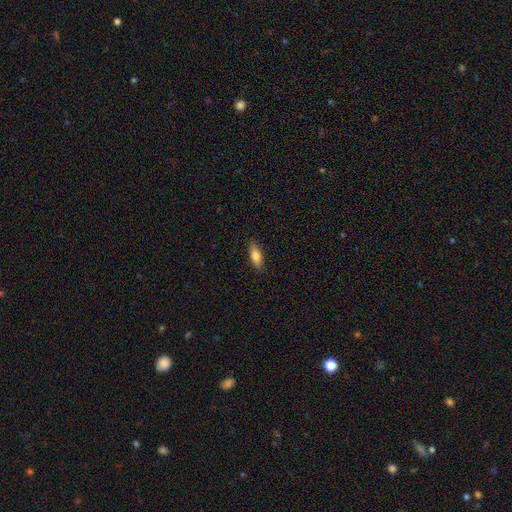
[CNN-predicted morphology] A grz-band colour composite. It shows a smooth galaxy with no disk features (77%) that is in between round and cigar-shaped (62%). Merging: none (87%).